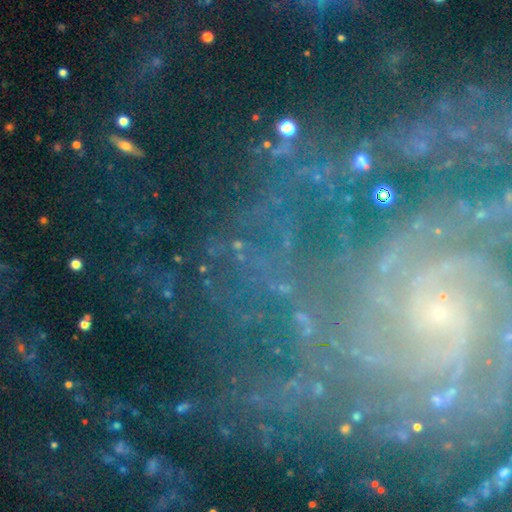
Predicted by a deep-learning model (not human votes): Q: Smooth or featured?
A: featured or disk (75%); runner-up: star or artifact (17%)
Q: Edge-on disk?
A: no (97%); runner-up: yes (3%)
Q: Bar?
A: no (61%); runner-up: weak (25%)
Q: Spiral arms?
A: yes (97%); runner-up: no (3%)
Q: Spiral winding?
A: tight (66%); runner-up: medium (27%)
Q: Spiral arm count?
A: can't tell (22%); runner-up: more than 4 (18%)
Q: Bulge size?
A: small (80%); runner-up: moderate (12%)
Q: Merging?
A: none (71%); runner-up: minor disturbance (14%)